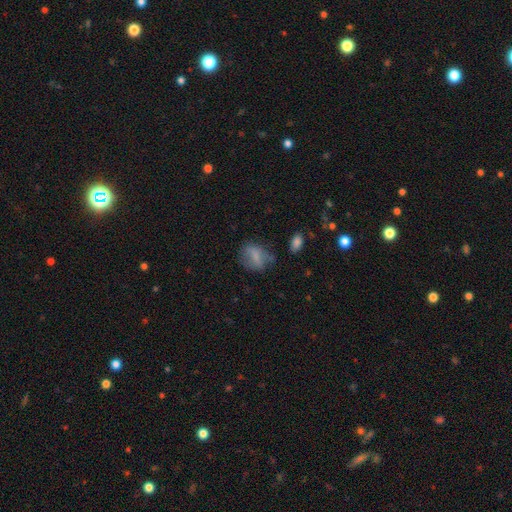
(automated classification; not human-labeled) A smooth galaxy with no disk features (65%) that is in between round and cigar-shaped (64%).

Vote fractions:
- Smooth or featured? smooth: 65% / featured or disk: 24% / star or artifact: 10%
- How rounded? in between: 64% / round: 32% / cigar-shaped: 3%
- Merging? none: 54% / minor disturbance: 27% / major disturbance: 15% / merger: 4%